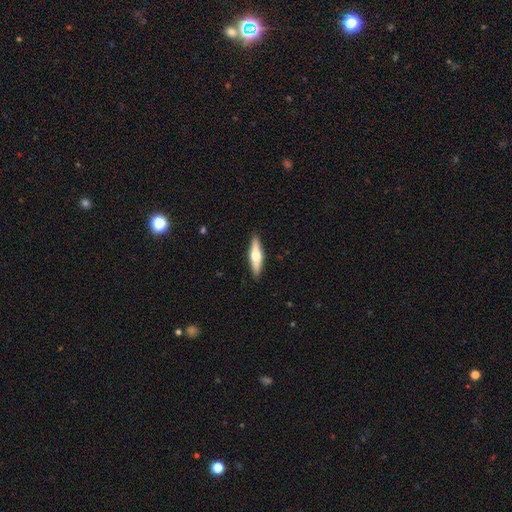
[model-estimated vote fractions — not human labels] This is possibly a featured or disk galaxy (48%). Merging: clearly none (90%).